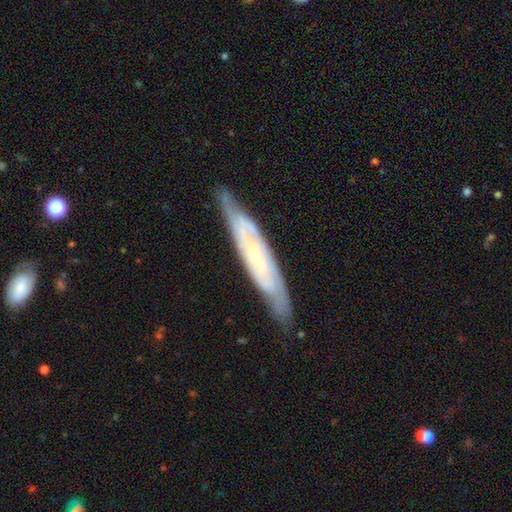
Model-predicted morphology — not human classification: smooth_or_featured: featured or disk (p=0.79) [alt: smooth p=0.15]
disk_edge_on: no (p=0.62) [alt: yes p=0.38]
merging: none (p=0.77) [alt: minor disturbance p=0.18]